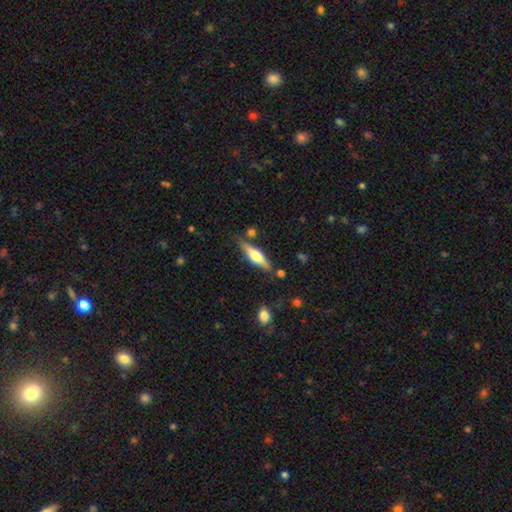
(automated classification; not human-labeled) smooth-or-featured: featured or disk: 55% | smooth: 39% | star or artifact: 6%
  disk-edge-on: yes: 93% | no: 7%
    edge-on-bulge: rounded: 90% | boxy: 7% | none: 3%
  merging: none: 79% | minor disturbance: 13% | merger: 4% | major disturbance: 3%